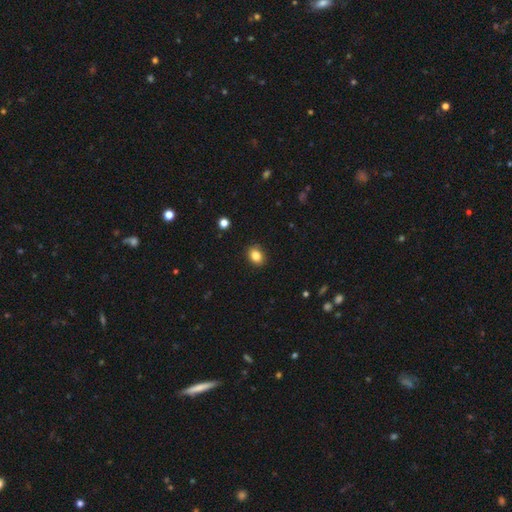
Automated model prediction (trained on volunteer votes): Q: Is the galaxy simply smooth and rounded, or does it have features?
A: smooth — 85%.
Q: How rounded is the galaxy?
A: in between — 58%.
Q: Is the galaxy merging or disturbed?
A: none — 89%.